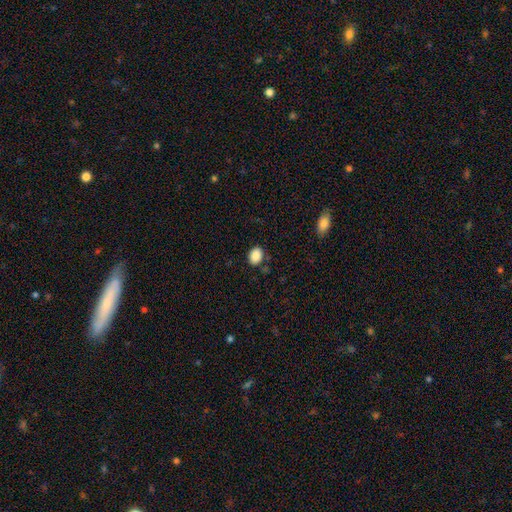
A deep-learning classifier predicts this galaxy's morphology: This is clearly a smooth galaxy (89%). How rounded: likely in between (69%). Merging: clearly none (83%).